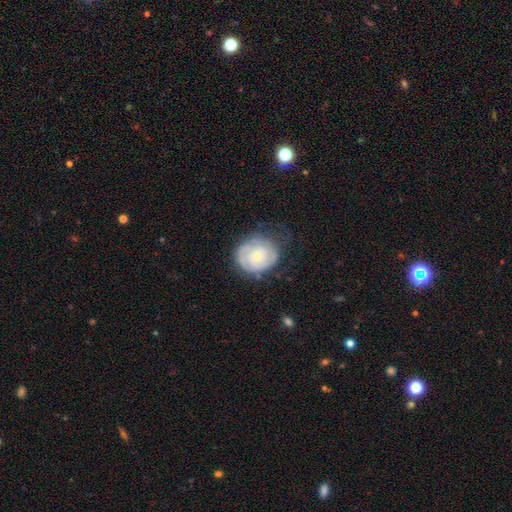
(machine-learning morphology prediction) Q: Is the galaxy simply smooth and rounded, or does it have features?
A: featured or disk — 69%.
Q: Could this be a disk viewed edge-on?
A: no — 98%.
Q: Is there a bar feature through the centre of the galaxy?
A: no — 80%.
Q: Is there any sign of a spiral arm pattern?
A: yes — 85%.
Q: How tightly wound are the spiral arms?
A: tight — 74%.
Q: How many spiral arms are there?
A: can't tell — 43%.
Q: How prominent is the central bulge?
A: small — 59%.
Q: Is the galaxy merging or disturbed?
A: none — 63%.